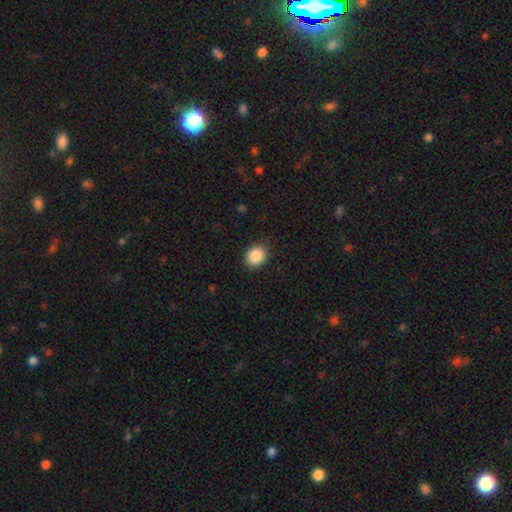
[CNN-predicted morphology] Overall: smooth (89%). How rounded: round (53%; in between 47%). Merging: none (88%).